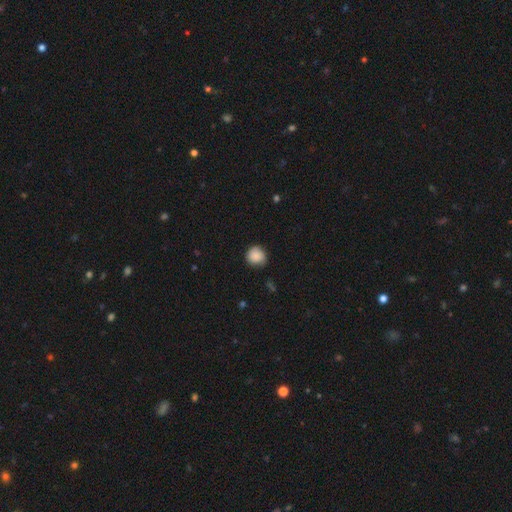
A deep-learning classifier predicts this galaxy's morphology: The model was most divided on "merging": none: 76%, minor disturbance: 19%, major disturbance: 3%, merger: 1%. More confident: how rounded — round (89%); smooth or featured — smooth (86%).